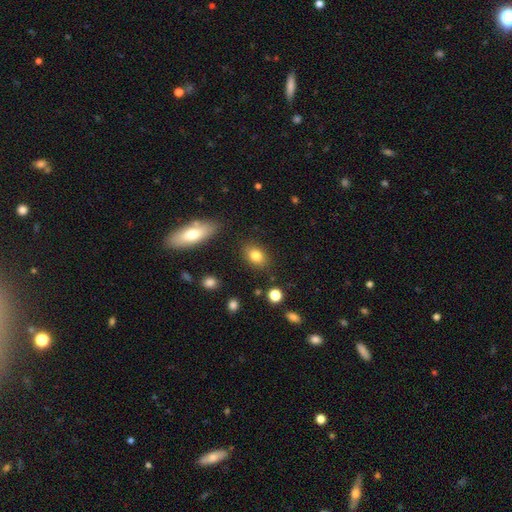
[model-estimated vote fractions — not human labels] smooth_or_featured: smooth (p=0.82) [alt: featured or disk p=0.09]
how_rounded: in between (p=0.75) [alt: round p=0.23]
merging: none (p=0.84) [alt: minor disturbance p=0.11]